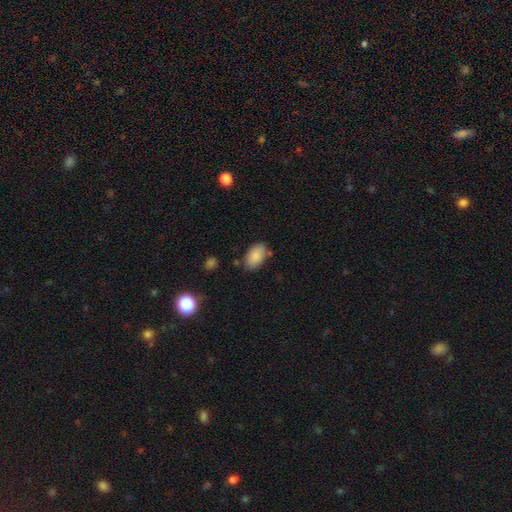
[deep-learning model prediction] The model was most divided on "merging": none: 75%, minor disturbance: 16%, merger: 5%, major disturbance: 4%. More confident: how rounded — in between (92%); smooth or featured — smooth (88%).